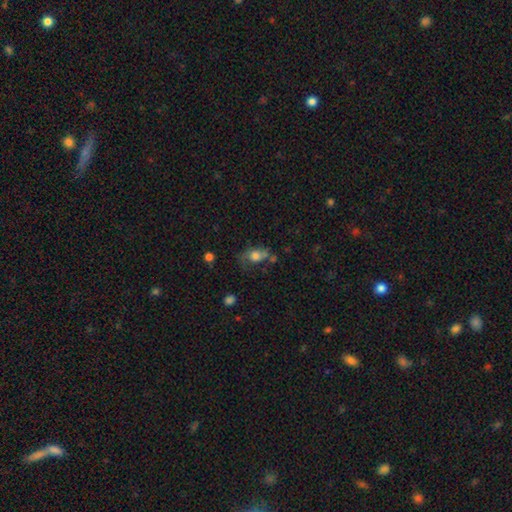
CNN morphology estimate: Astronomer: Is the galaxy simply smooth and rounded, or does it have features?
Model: smooth — 66%.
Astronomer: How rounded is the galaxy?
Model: in between — 68%.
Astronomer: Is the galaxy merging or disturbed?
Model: none — 41% (runner-up: minor disturbance, 28%).